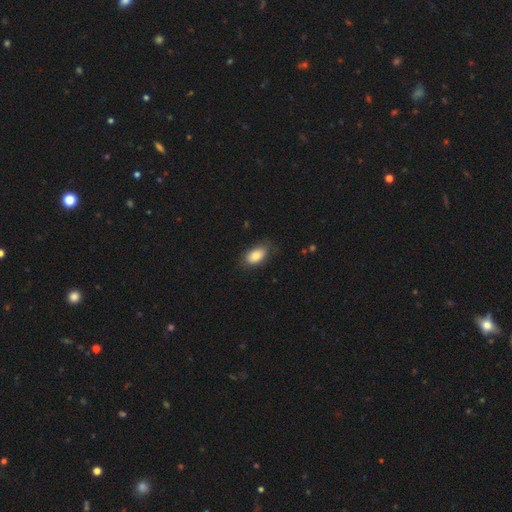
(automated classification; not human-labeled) A smooth galaxy with no disk features (84%) that is in between round and cigar-shaped (91%). Merging: none (76%).